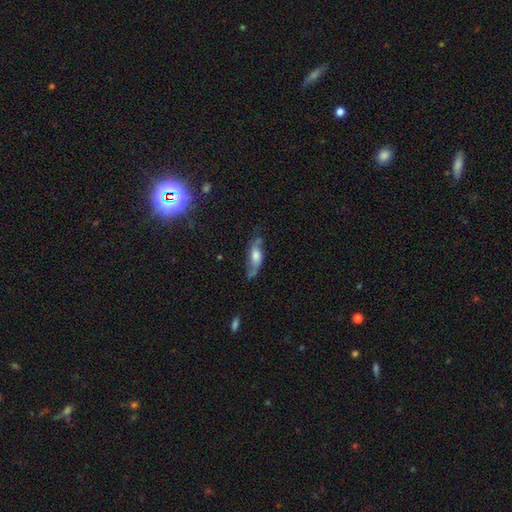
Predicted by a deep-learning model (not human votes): This is possibly a featured or disk galaxy (60%). It is likely not viewed edge-on (67%). Merging: likely none (63%).